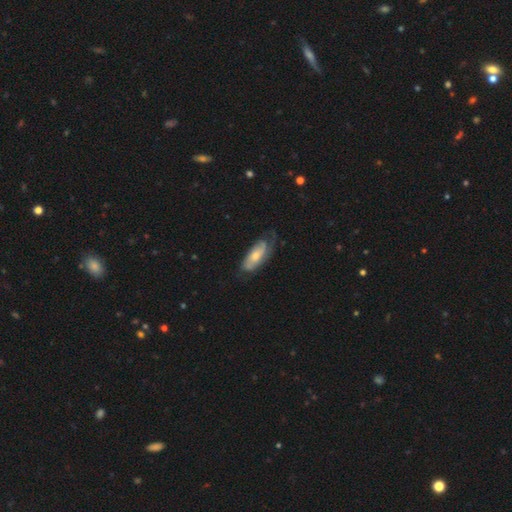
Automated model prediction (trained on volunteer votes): Q: Smooth or featured?
A: featured or disk (55%); runner-up: smooth (39%)
Q: Edge-on disk?
A: no (86%); runner-up: yes (14%)
Q: Merging?
A: none (57%); runner-up: minor disturbance (28%)